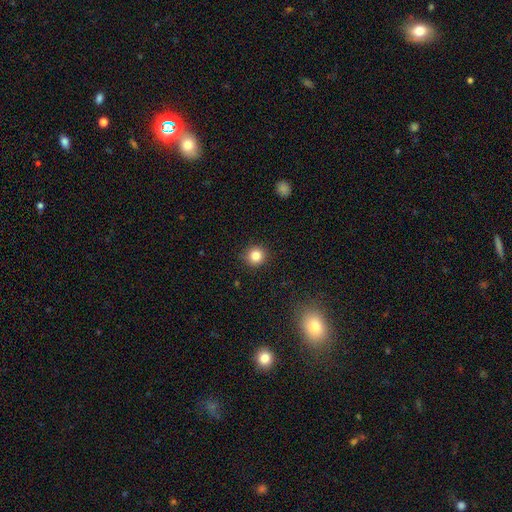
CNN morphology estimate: Smooth or featured? smooth (84%)
How rounded? round (92%)
Merging? none (90%)